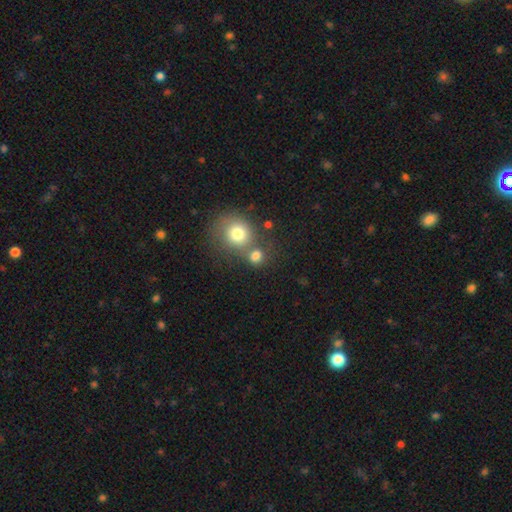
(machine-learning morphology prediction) A smooth galaxy with no disk features (77%) that is round (78%).

Vote fractions:
- Smooth or featured? smooth: 77% / star or artifact: 13% / featured or disk: 10%
- How rounded? round: 78% / in between: 20% / cigar-shaped: 1%
- Merging? none: 44% / merger: 42% / minor disturbance: 8% / major disturbance: 5%